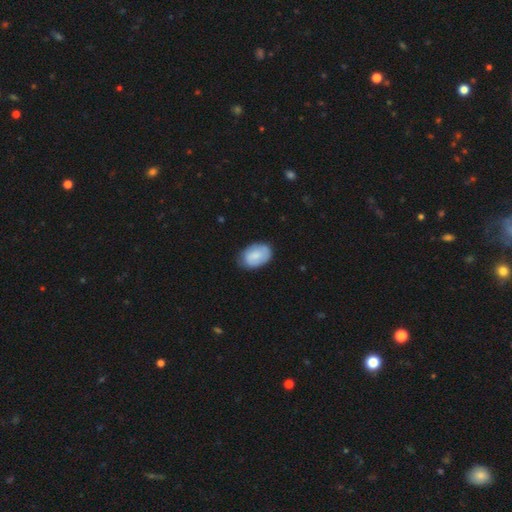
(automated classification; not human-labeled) A smooth galaxy with no disk features (75%) that is in between round and cigar-shaped (87%). Merging: none (74%).